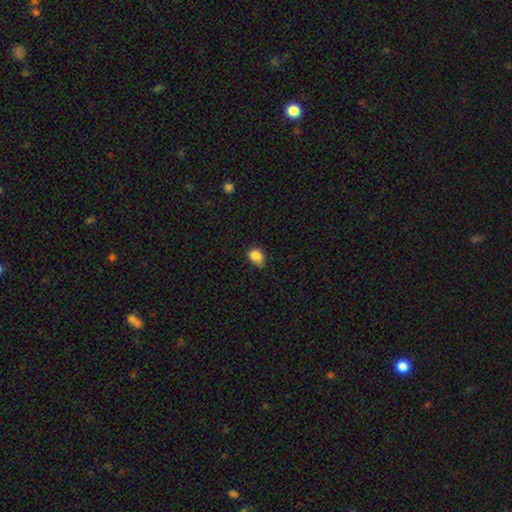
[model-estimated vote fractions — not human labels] Smooth or featured?
  - smooth: 85% *
  - star or artifact: 10%
  - featured or disk: 6%
How rounded?
  - round: 50% *
  - in between: 49%
  - cigar-shaped: 1%
Merging?
  - none: 54% *
  - minor disturbance: 37%
  - major disturbance: 7%
  - merger: 2%